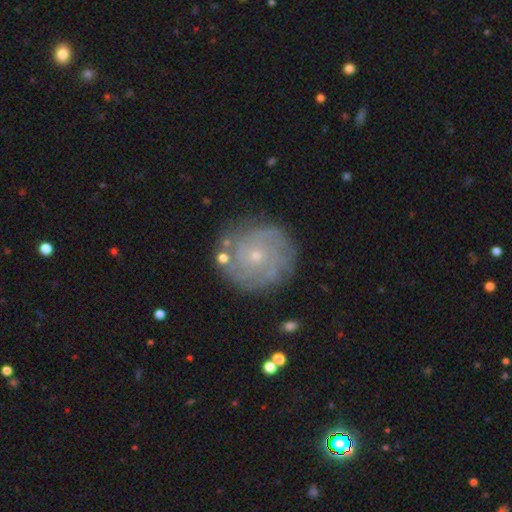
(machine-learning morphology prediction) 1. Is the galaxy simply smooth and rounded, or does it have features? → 79% featured or disk, 14% smooth, 7% star or artifact.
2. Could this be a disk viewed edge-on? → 98% no, 2% yes.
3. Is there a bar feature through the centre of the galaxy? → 81% no, 16% weak, 3% strong.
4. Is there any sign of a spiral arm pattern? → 93% yes, 7% no.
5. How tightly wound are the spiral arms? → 74% tight, 21% medium, 5% loose.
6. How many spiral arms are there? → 32% can't tell, 20% 3, 18% 2, 16% 4, 8% more than 4, 7% 1.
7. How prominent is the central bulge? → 81% small, 15% moderate, 2% none, 1% large, 1% dominant.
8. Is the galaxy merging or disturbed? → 81% none, 12% minor disturbance, 4% major disturbance, 3% merger.